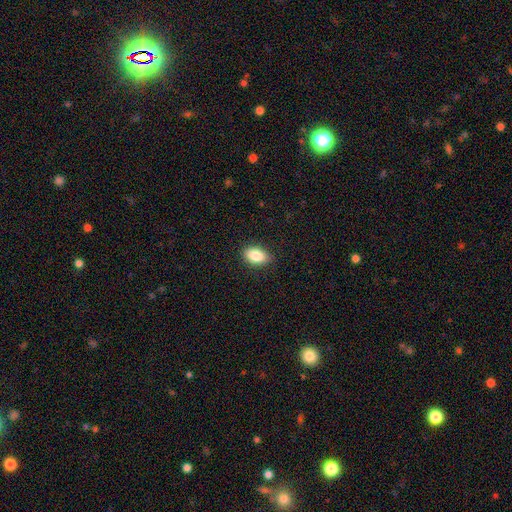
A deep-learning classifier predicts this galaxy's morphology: Q: Smooth or featured?
A: smooth (85%); runner-up: star or artifact (8%)
Q: How rounded?
A: in between (89%); runner-up: round (8%)
Q: Merging?
A: none (86%); runner-up: minor disturbance (11%)